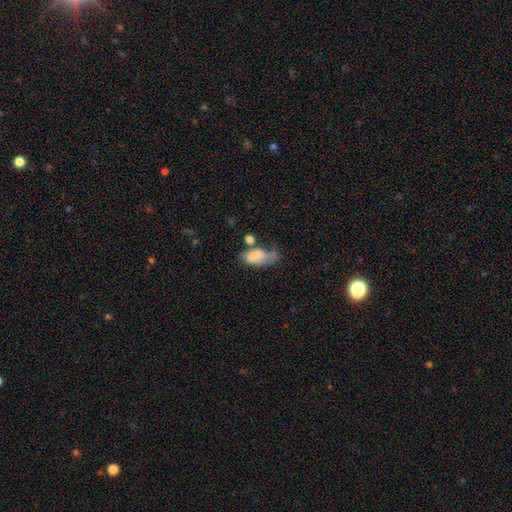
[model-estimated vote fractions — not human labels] smooth_or_featured: smooth (p=0.71) [alt: featured or disk p=0.20]
how_rounded: in between (p=0.90) [alt: cigar-shaped p=0.05]
merging: major disturbance (p=0.31) [alt: minor disturbance p=0.28]